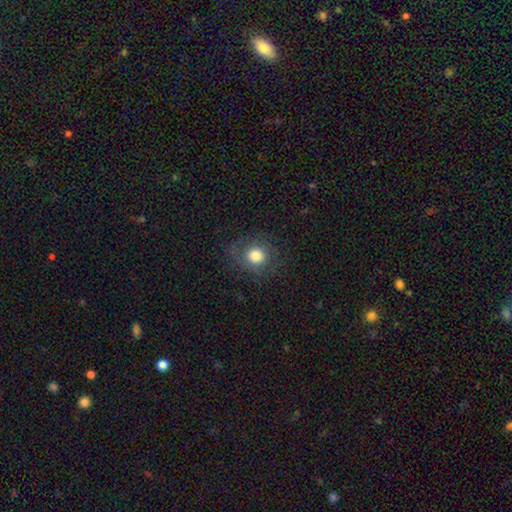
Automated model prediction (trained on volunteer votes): A smooth galaxy with no disk features (75%) that is round (84%). Merging: none (79%).